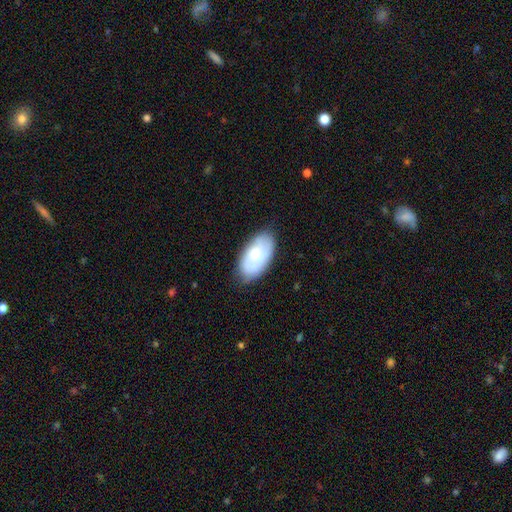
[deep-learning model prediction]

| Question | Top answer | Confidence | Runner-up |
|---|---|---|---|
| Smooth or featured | smooth | 60% | featured or disk (33%) |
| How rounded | in between | 94% | round (3%) |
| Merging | none | 74% | minor disturbance (20%) |